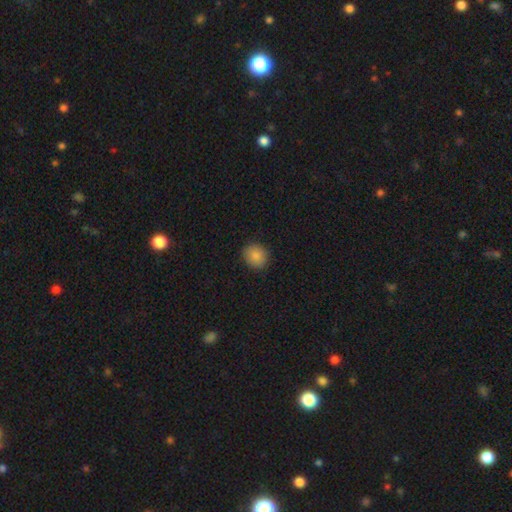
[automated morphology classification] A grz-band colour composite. It shows a smooth galaxy with no disk features (87%) that is round (76%). Merging: none (89%).